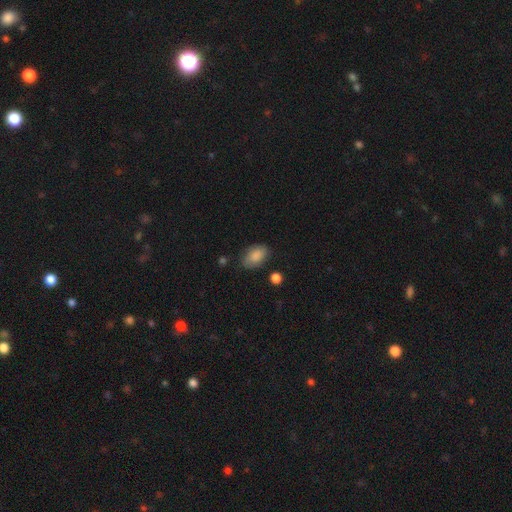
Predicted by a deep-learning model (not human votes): A smooth galaxy with no disk features (83%) that is in between round and cigar-shaped (89%). Merging: none (74%).